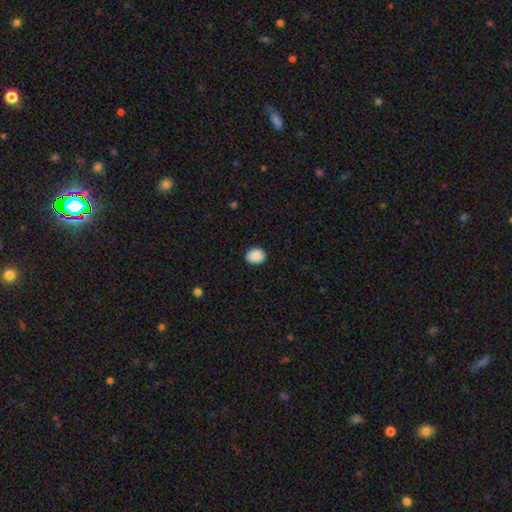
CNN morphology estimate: smooth-or-featured: smooth: 89% | star or artifact: 8% | featured or disk: 3%
  how-rounded: round: 58% | in between: 41% | cigar-shaped: 1%
  merging: none: 89% | minor disturbance: 8% | major disturbance: 2% | merger: 1%